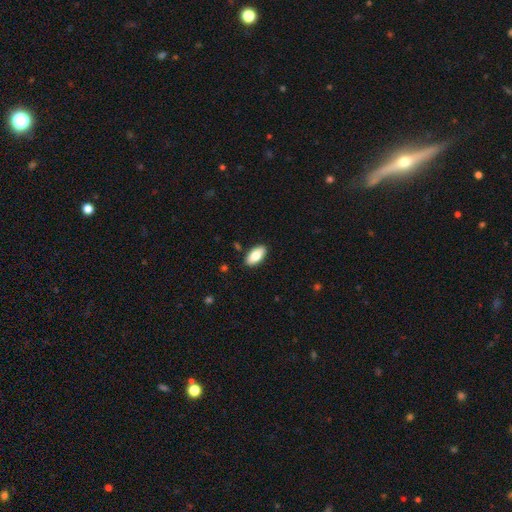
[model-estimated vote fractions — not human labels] The model was most divided on "smooth or featured": smooth: 81%, featured or disk: 13%, star or artifact: 6%. More confident: how rounded — in between (92%); merging — none (89%).